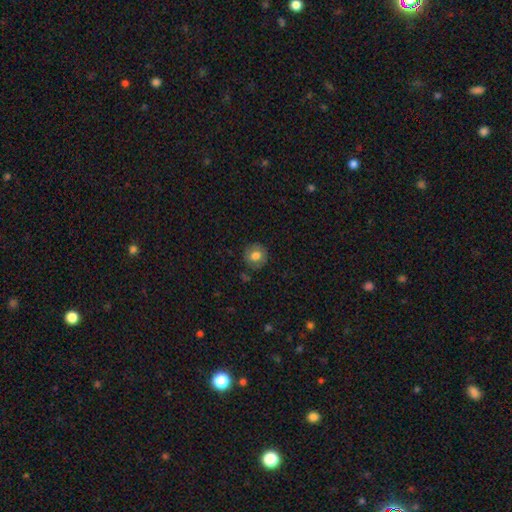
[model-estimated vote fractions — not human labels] Morphology: type=smooth (75%); roundness=round (87%); merging=none (83%).